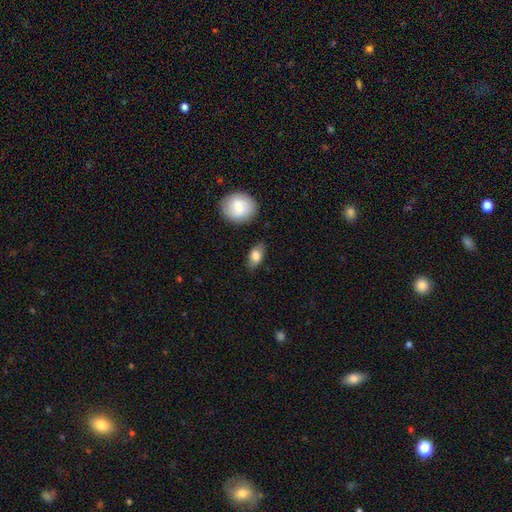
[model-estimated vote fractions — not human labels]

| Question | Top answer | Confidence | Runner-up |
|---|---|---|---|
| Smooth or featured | smooth | 79% | featured or disk (14%) |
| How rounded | in between | 87% | round (8%) |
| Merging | none | 79% | minor disturbance (14%) |